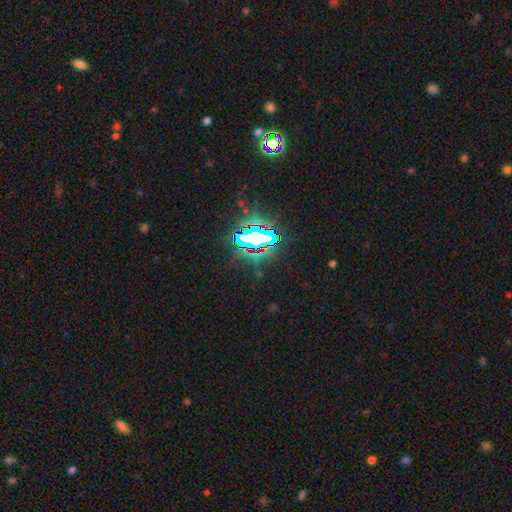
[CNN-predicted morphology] smooth_or_featured: star or artifact (p=0.78) [alt: smooth p=0.12]